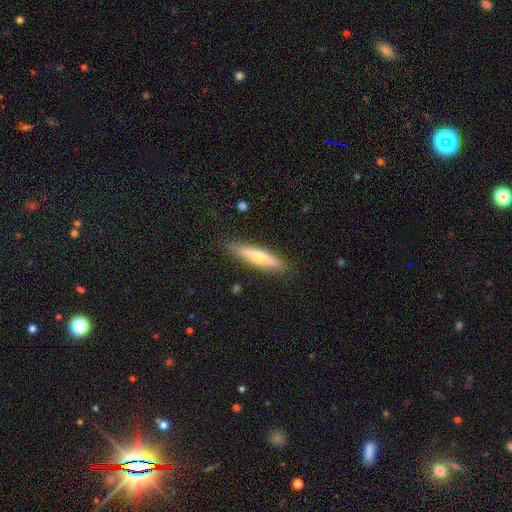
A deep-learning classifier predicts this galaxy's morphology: This appears to be a smooth galaxy with no disk features (57%) that is cigar-shaped (84%). Merging: none (87%).